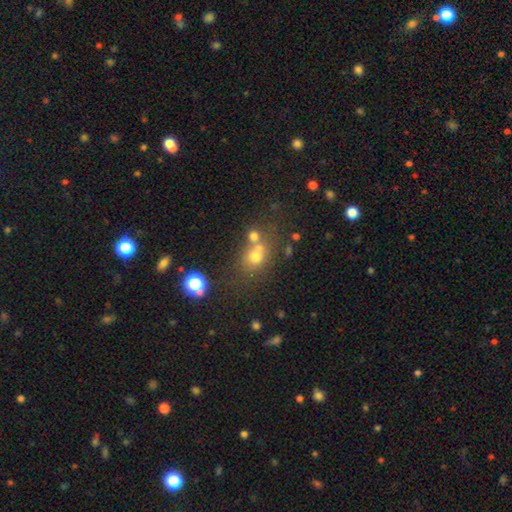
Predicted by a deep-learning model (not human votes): Q: Smooth or featured?
A: smooth (64%); runner-up: star or artifact (20%)
Q: How rounded?
A: round (65%); runner-up: in between (33%)
Q: Merging?
A: none (46%); runner-up: merger (38%)